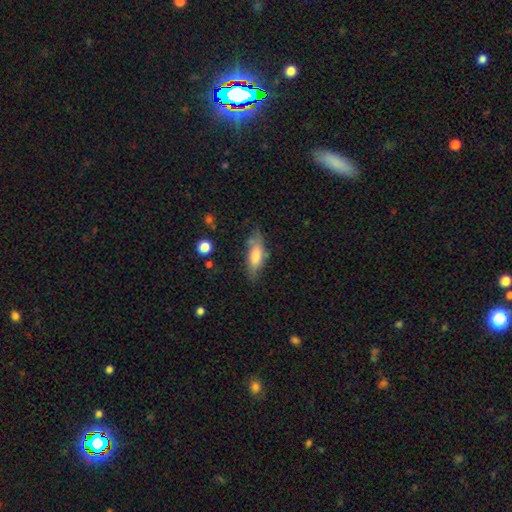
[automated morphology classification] This is likely a smooth galaxy (68%). How rounded: likely in between (62%). Merging: likely none (66%).